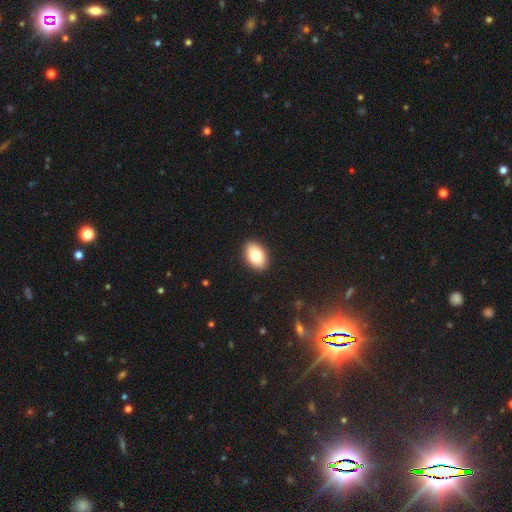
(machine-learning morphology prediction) The model was most divided on "smooth or featured": smooth: 81%, featured or disk: 12%, star or artifact: 7%. More confident: merging — none (91%); how rounded — in between (88%).